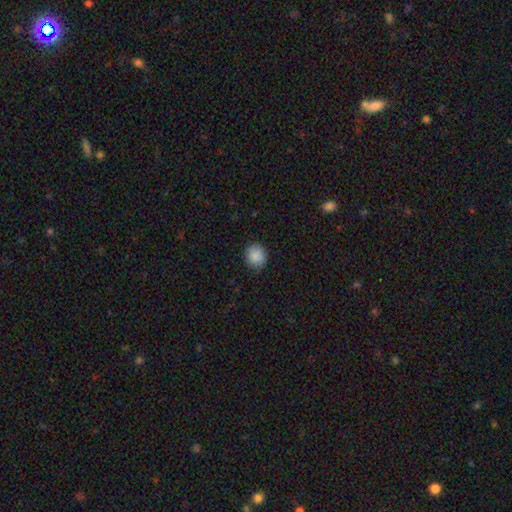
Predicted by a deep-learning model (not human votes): smooth-or-featured: smooth: 88% | star or artifact: 8% | featured or disk: 4%
  how-rounded: round: 79% | in between: 20% | cigar-shaped: 1%
  merging: none: 86% | minor disturbance: 10% | major disturbance: 2% | merger: 1%